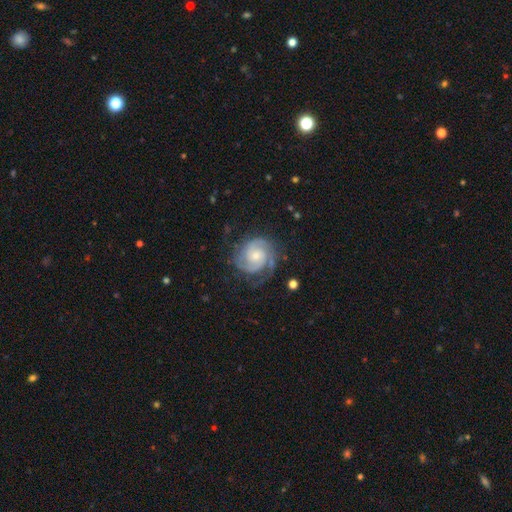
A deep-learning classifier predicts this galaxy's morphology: smooth_or_featured: featured or disk (p=0.89) [alt: smooth p=0.06]
disk_edge_on: no (p=0.98) [alt: yes p=0.02]
bar: no (p=0.65) [alt: weak p=0.29]
has_spiral_arms: yes (p=0.98) [alt: no p=0.02]
spiral_winding: tight (p=0.60) [alt: medium p=0.34]
spiral_arm_count: 2 (p=0.69) [alt: 3 p=0.16]
bulge_size: small (p=0.60) [alt: moderate p=0.34]
merging: none (p=0.72) [alt: minor disturbance p=0.18]